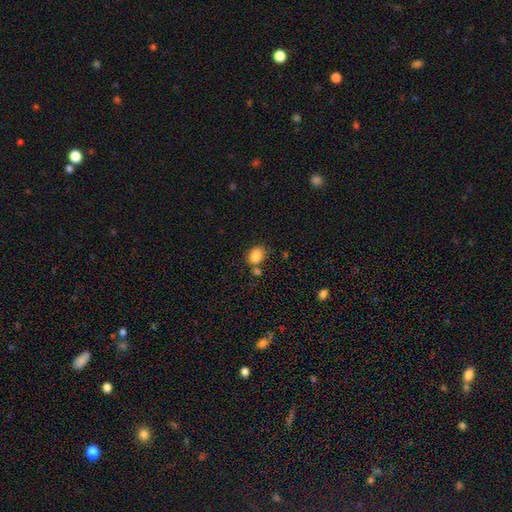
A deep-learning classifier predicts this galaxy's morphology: smooth_or_featured: smooth (p=0.85) [alt: star or artifact p=0.09]
how_rounded: in between (p=0.65) [alt: round p=0.34]
merging: none (p=0.60) [alt: merger p=0.17]